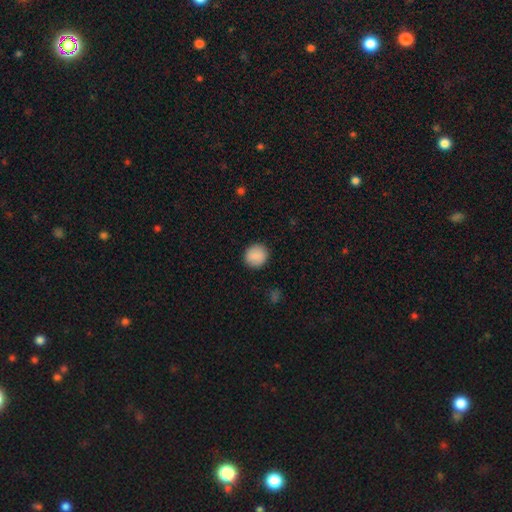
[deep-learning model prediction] This appears to be a smooth galaxy with no disk features (89%) that is round (88%). Merging: none (90%).